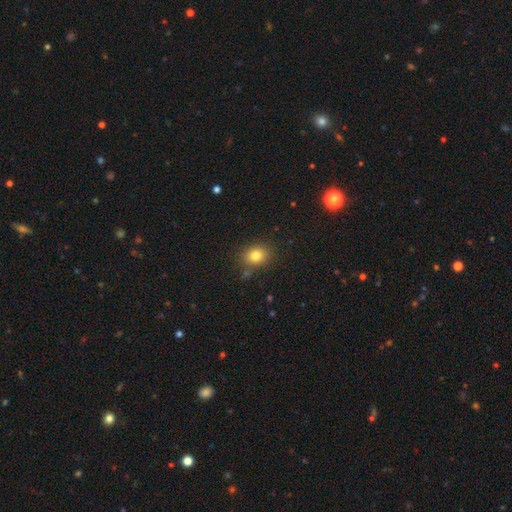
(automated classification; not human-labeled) Smooth or featured? smooth (80%)
How rounded? round (59%)
Merging? none (81%)